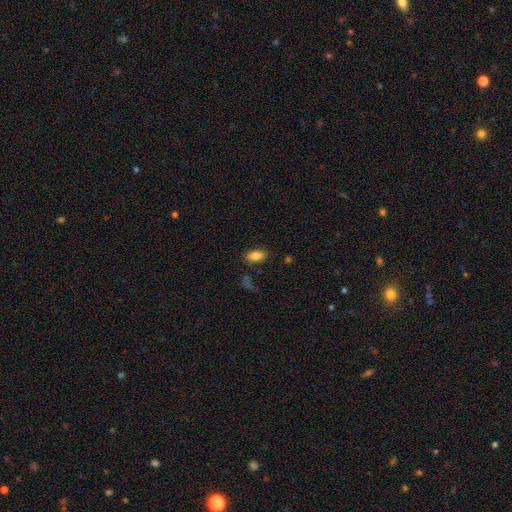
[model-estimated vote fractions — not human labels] smooth 83%, star or artifact 9%, featured or disk 8%. Down the decision tree: how rounded — in between (91%); merging — none (83%).